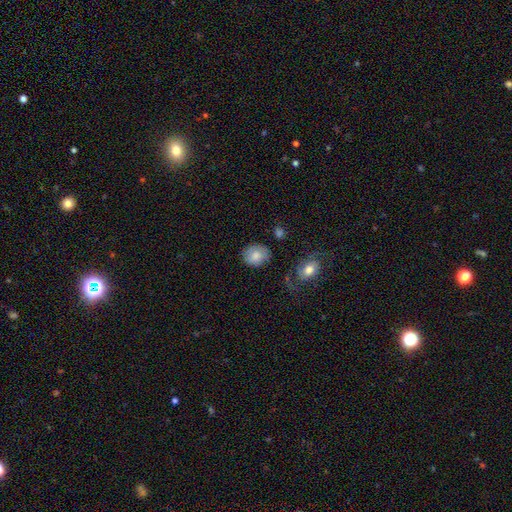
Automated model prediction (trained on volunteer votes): Overall: smooth (80%). How rounded: round (56%; in between 43%). Merging: none (76%).